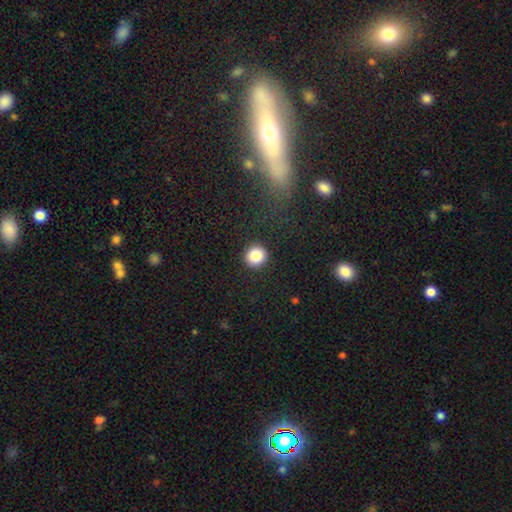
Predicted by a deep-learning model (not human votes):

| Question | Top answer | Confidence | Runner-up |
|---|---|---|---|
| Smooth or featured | smooth | 85% | star or artifact (10%) |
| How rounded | round | 91% | in between (8%) |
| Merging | none | 92% | minor disturbance (5%) |